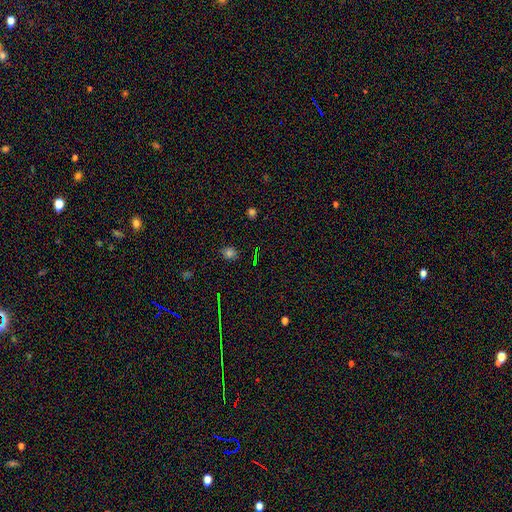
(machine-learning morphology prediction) type=star or artifact (56%).